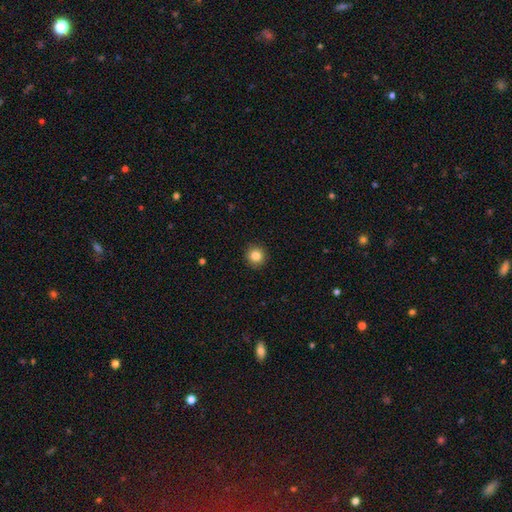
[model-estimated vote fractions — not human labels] smooth 85%, star or artifact 10%, featured or disk 5%. Down the decision tree: how rounded — round (95%); merging — none (93%).